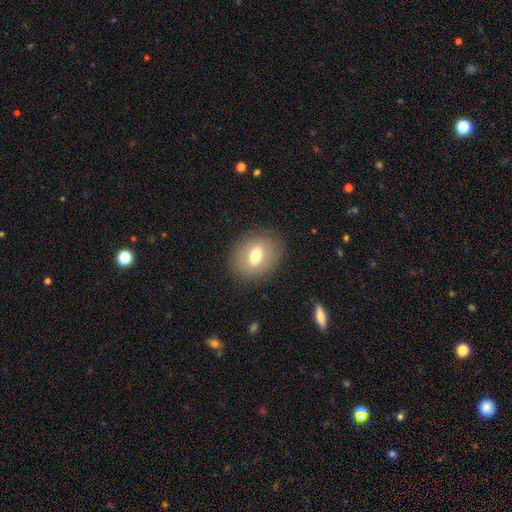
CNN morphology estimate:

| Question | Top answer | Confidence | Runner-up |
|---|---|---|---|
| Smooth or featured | smooth | 66% | featured or disk (25%) |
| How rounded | in between | 55% | round (44%) |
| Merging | none | 86% | minor disturbance (9%) |